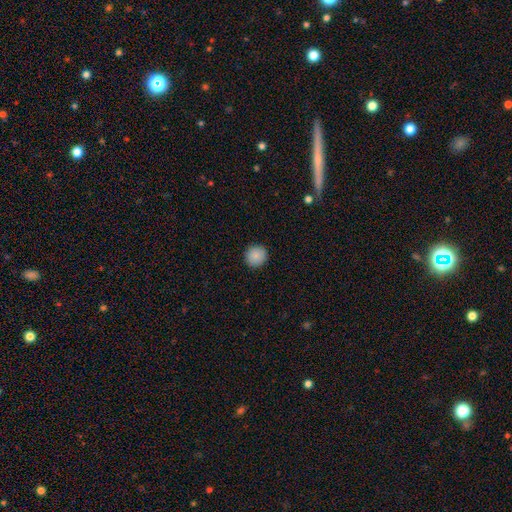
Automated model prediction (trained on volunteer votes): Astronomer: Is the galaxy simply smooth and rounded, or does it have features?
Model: smooth — 87%.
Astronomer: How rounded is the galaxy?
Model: round — 92%.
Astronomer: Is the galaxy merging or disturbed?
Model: none — 92%.